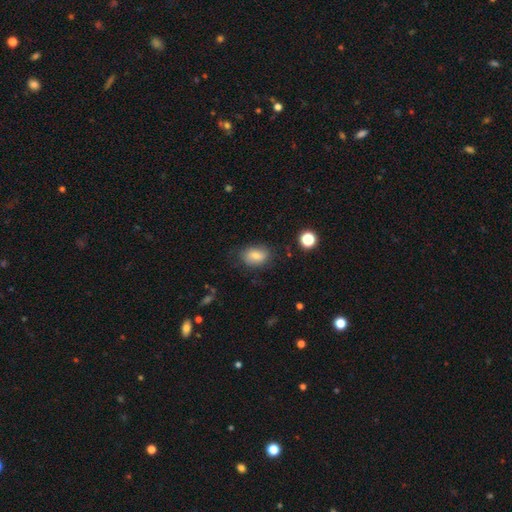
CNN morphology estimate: Smooth or featured?
  - smooth: 75% *
  - featured or disk: 15%
  - star or artifact: 9%
How rounded?
  - in between: 77% *
  - round: 21%
  - cigar-shaped: 2%
Merging?
  - none: 76% *
  - minor disturbance: 17%
  - major disturbance: 5%
  - merger: 2%